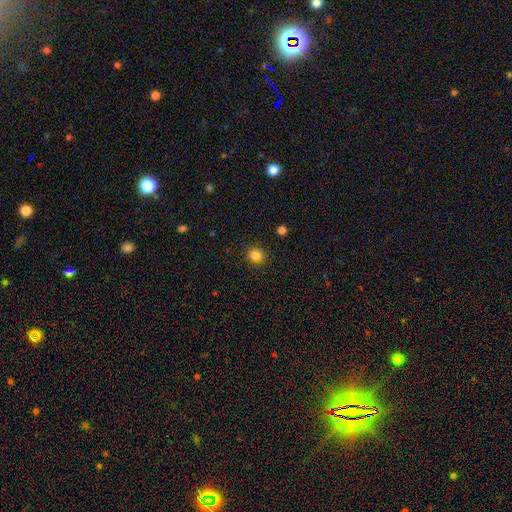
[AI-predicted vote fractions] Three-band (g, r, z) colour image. It shows a smooth galaxy with no disk features (84%) that is round (81%). Merging: none (88%).